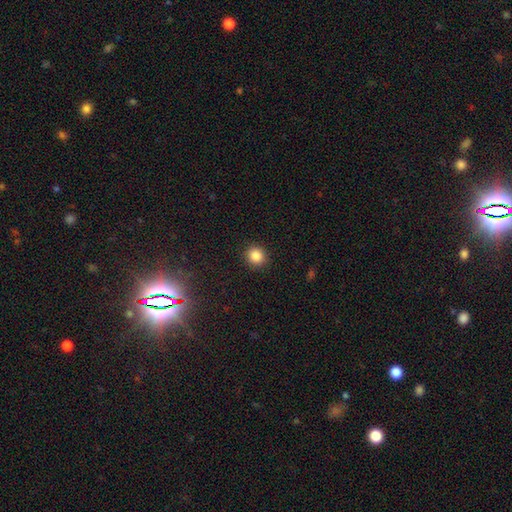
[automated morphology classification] smooth_or_featured: smooth (p=0.86) [alt: star or artifact p=0.10]
how_rounded: round (p=0.89) [alt: in between p=0.10]
merging: none (p=0.91) [alt: minor disturbance p=0.06]